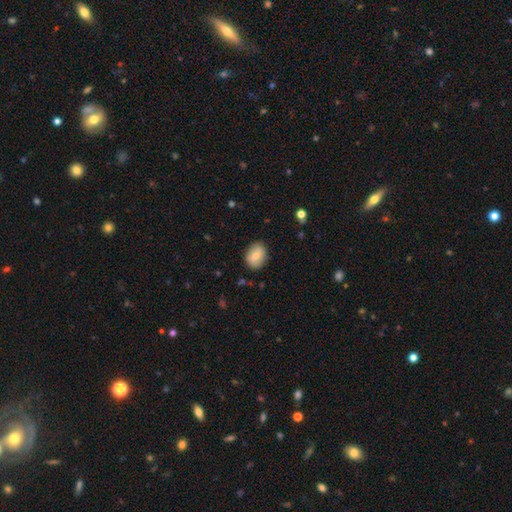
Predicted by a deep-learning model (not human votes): A smooth galaxy with no disk features (70%) that is in between round and cigar-shaped (71%).

Vote fractions:
- Smooth or featured? smooth: 70% / featured or disk: 23% / star or artifact: 7%
- How rounded? in between: 71% / round: 28% / cigar-shaped: 1%
- Merging? none: 84% / minor disturbance: 12% / major disturbance: 3% / merger: 1%